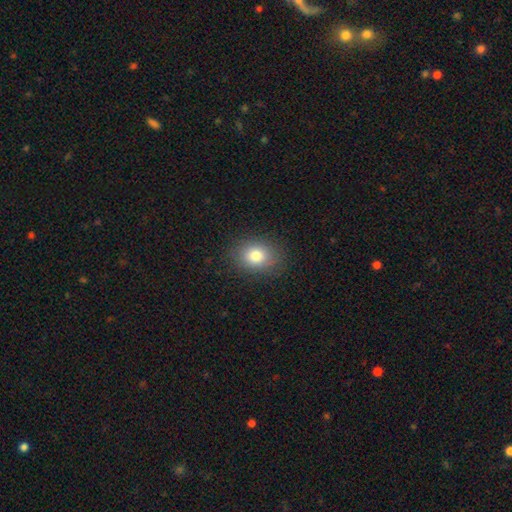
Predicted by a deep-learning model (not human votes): Q: Smooth or featured?
A: smooth (81%); runner-up: star or artifact (11%)
Q: How rounded?
A: in between (50%); runner-up: round (49%)
Q: Merging?
A: none (87%); runner-up: minor disturbance (9%)